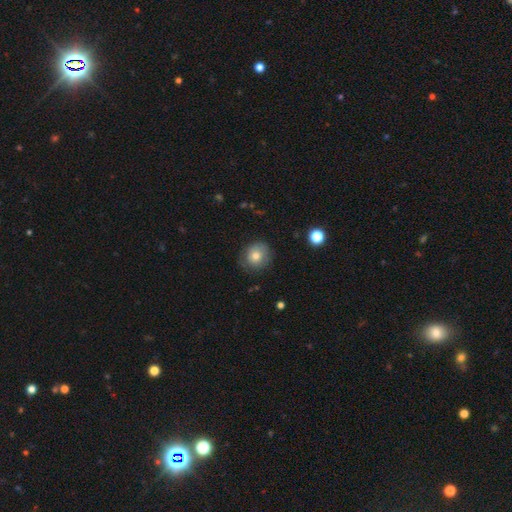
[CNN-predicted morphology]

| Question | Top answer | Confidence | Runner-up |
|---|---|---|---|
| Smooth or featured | smooth | 73% | featured or disk (18%) |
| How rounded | round | 86% | in between (13%) |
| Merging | none | 73% | minor disturbance (20%) |